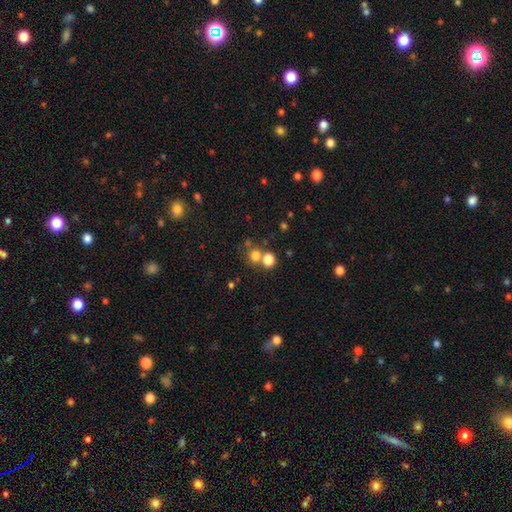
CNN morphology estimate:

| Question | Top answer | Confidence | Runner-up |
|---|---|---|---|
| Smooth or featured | smooth | 75% | star or artifact (16%) |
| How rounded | round | 80% | in between (19%) |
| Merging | none | 53% | merger (36%) |